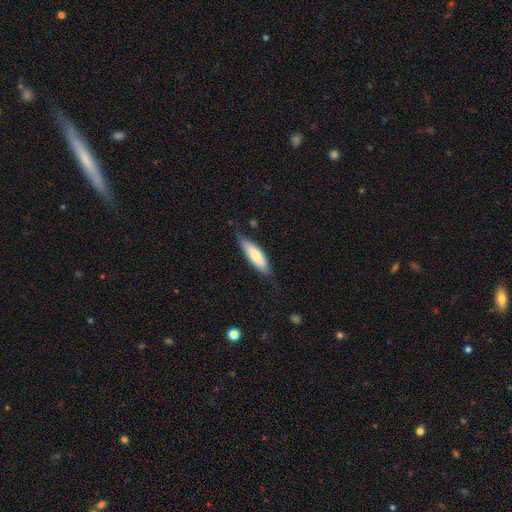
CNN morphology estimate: The model was most divided on "how rounded": cigar-shaped: 50%, in between: 48%, round: 1%. More confident: merging — none (72%); smooth or featured — smooth (70%).